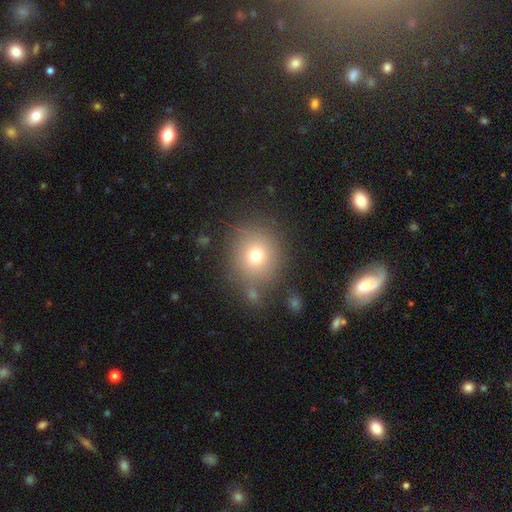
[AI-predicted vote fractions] This is likely a smooth galaxy (71%). How rounded: clearly round (84%). Merging: likely none (76%).